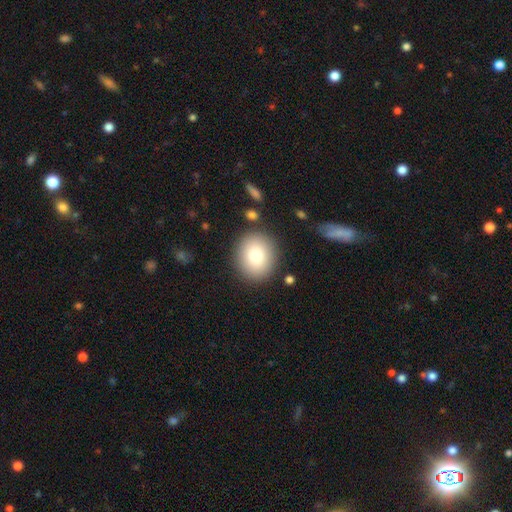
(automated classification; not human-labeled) The model was most divided on "how rounded": round: 68%, in between: 31%, cigar-shaped: 1%. More confident: merging — none (86%); smooth or featured — smooth (80%).